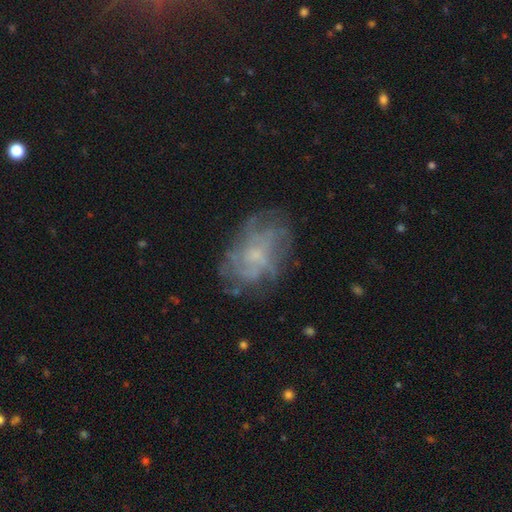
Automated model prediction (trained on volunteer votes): Smooth or featured? featured or disk (66%)
Edge-on disk? no (97%)
Bar? no (78%)
Spiral arms? yes (68%)
Bulge size? small (60%)
Merging? none (67%)